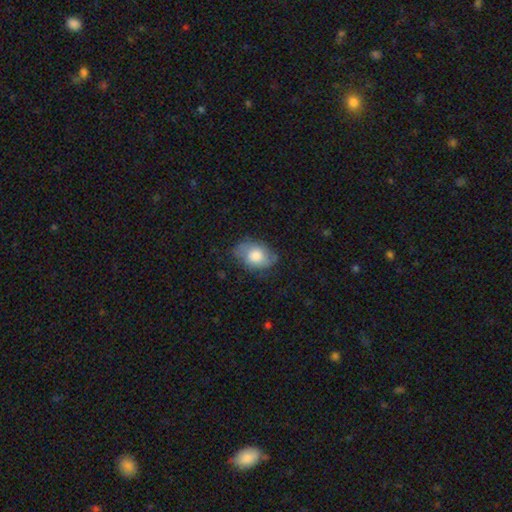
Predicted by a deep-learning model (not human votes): Smooth or featured?
  - smooth: 61% *
  - featured or disk: 32%
  - star or artifact: 7%
How rounded?
  - in between: 79% *
  - round: 19%
  - cigar-shaped: 1%
Merging?
  - none: 64% *
  - minor disturbance: 26%
  - major disturbance: 9%
  - merger: 1%